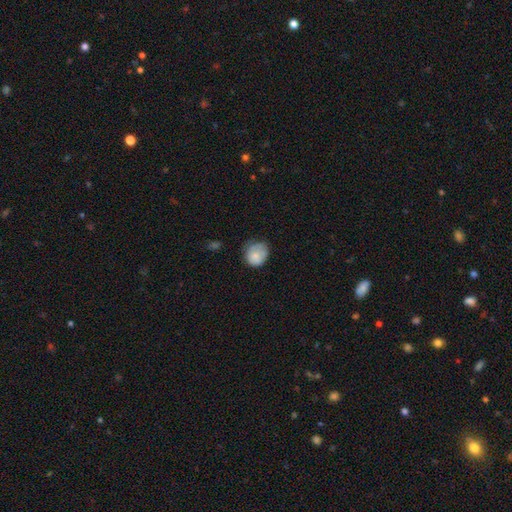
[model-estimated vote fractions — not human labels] Smooth or featured?
  - smooth: 80% *
  - featured or disk: 12%
  - star or artifact: 8%
How rounded?
  - round: 75% *
  - in between: 25%
  - cigar-shaped: 1%
Merging?
  - none: 51% *
  - minor disturbance: 37%
  - major disturbance: 10%
  - merger: 2%